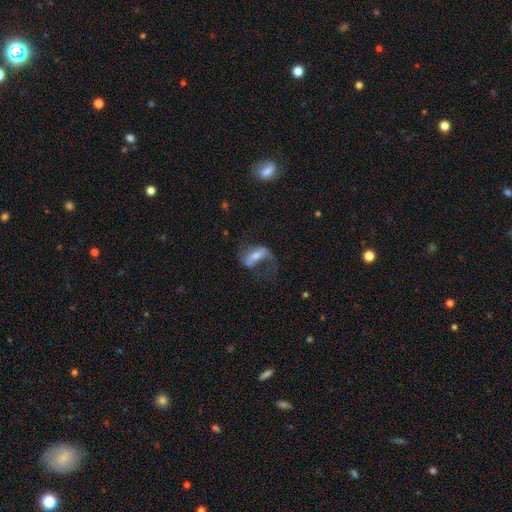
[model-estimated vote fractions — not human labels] Smooth or featured?
  - featured or disk: 69% *
  - smooth: 23%
  - star or artifact: 9%
Edge-on disk?
  - no: 93% *
  - yes: 7%
Bar?
  - strong: 39% *
  - weak: 34%
  - no: 27%
Spiral arms?
  - yes: 80% *
  - no: 20%
Spiral winding?
  - loose: 70% *
  - medium: 24%
  - tight: 6%
Spiral arm count?
  - 2: 67% *
  - 1: 25%
  - can't tell: 5%
  - 3: 1%
  - 4: 1%
  - more than 4: 1%
Bulge size?
  - moderate: 53% *
  - small: 36%
  - large: 6%
  - none: 4%
  - dominant: 2%
Merging?
  - major disturbance: 37% * (tied)
  - none: 37% * (tied)
  - minor disturbance: 16%
  - merger: 9%